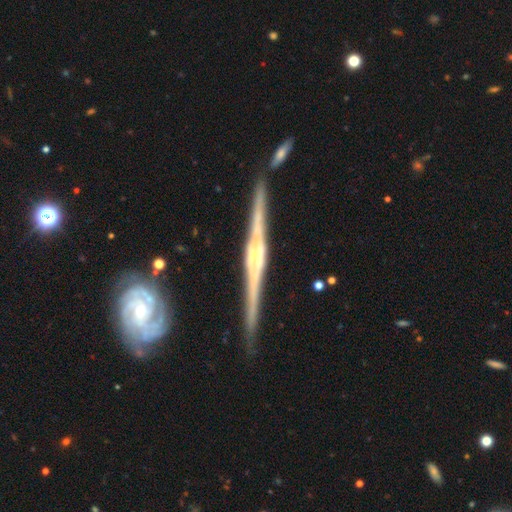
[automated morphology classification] smooth-or-featured: featured or disk: 90% | smooth: 6% | star or artifact: 4%
  disk-edge-on: yes: 98% | no: 2%
    edge-on-bulge: rounded: 49% | boxy: 38% | none: 12%
  merging: none: 82% | minor disturbance: 12% | merger: 3% | major disturbance: 2%